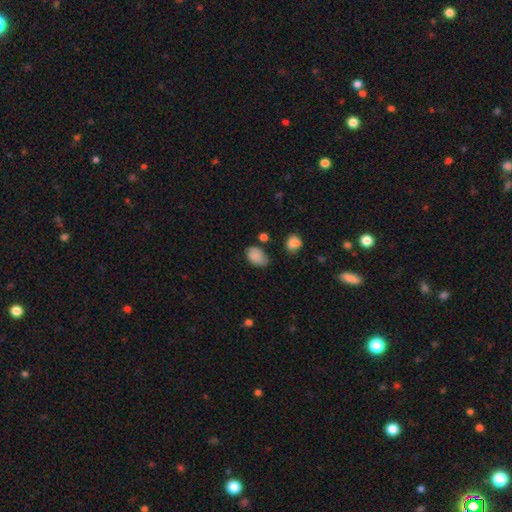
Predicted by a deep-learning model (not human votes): Smooth or featured? Predicted: smooth (p=0.83). How rounded? Predicted: in between (p=0.81). Merging? Predicted: none (p=0.54).